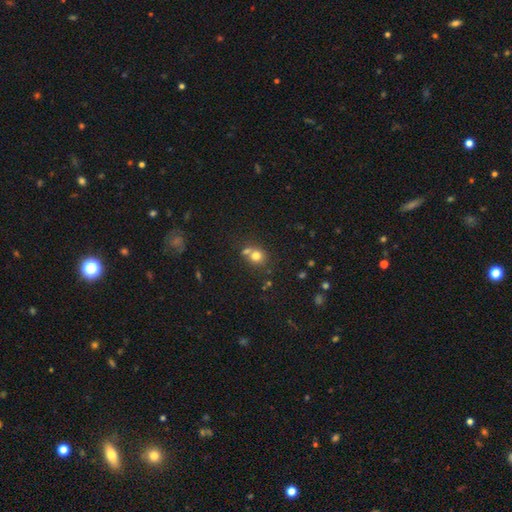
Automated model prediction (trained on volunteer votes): smooth-or-featured: smooth: 73% | star or artifact: 15% | featured or disk: 11%
  how-rounded: round: 80% | in between: 19% | cigar-shaped: 1%
  merging: none: 52% | merger: 34% | minor disturbance: 10% | major disturbance: 4%